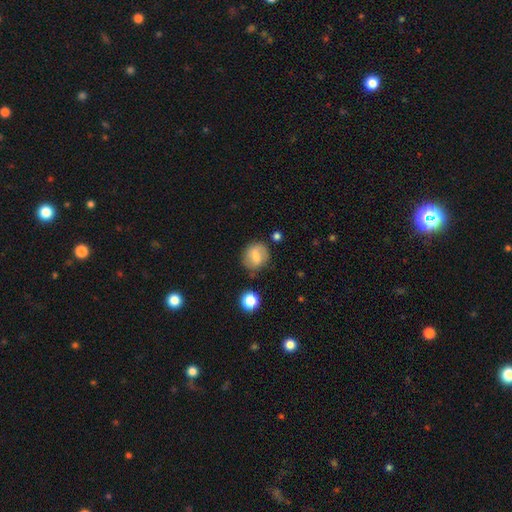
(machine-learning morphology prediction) The model was most divided on "smooth or featured": smooth: 60%, featured or disk: 31%, star or artifact: 9%. More confident: merging — none (74%); how rounded — round (72%).